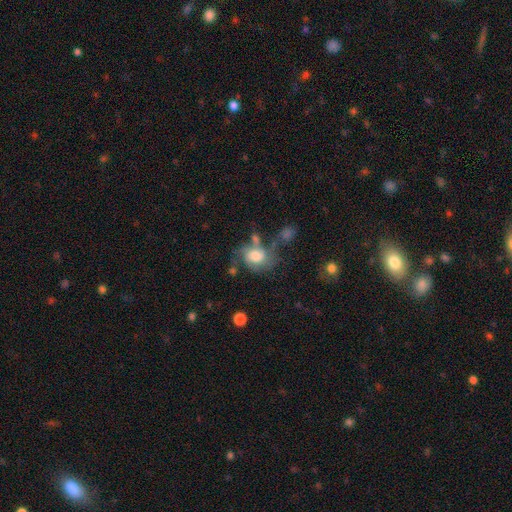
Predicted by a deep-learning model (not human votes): The model was most divided on "smooth or featured": featured or disk: 47%, smooth: 44%, star or artifact: 9%. Remaining: merging — none (35%).